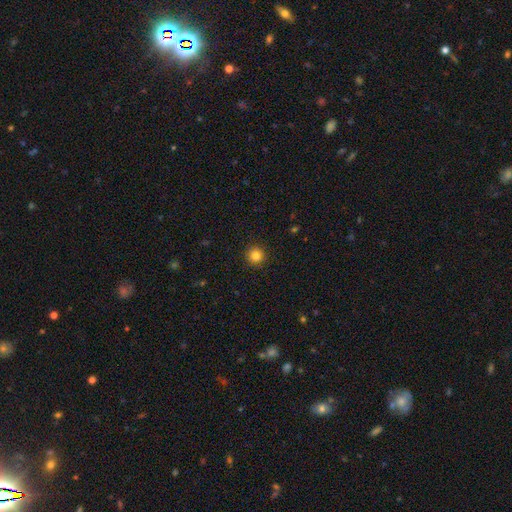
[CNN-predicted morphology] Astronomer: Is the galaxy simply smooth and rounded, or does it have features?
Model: smooth — 83%.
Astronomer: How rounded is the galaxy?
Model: round — 95%.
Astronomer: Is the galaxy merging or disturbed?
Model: none — 92%.